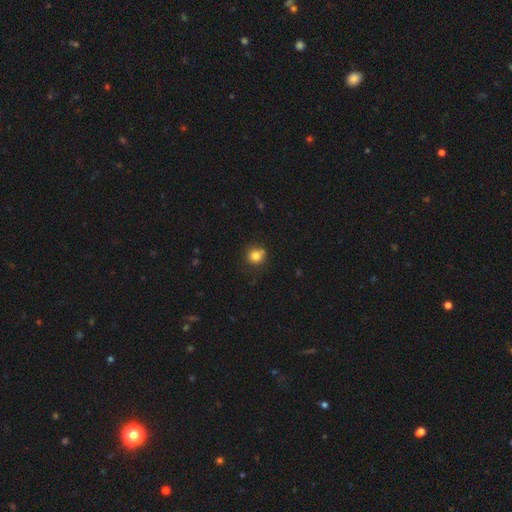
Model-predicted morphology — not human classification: Overall: smooth (81%). How rounded: round (88%). Merging: none (71%).